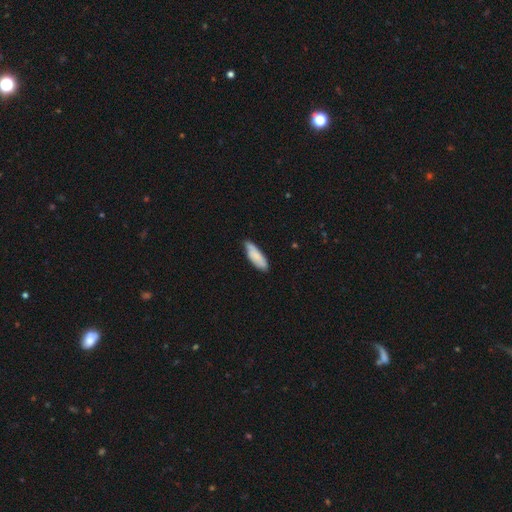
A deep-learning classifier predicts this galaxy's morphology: Smooth or featured: smooth — 78% (featured or disk — 16%)
How rounded: in between — 58% (cigar-shaped — 41%)
Merging: none — 63% (minor disturbance — 30%)